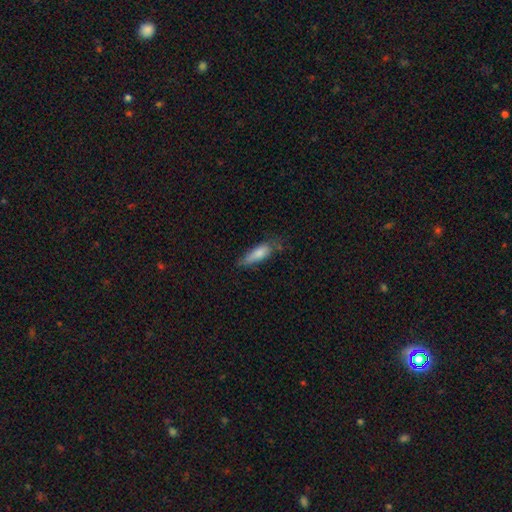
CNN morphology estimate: smooth-or-featured: smooth: 70% | featured or disk: 21% | star or artifact: 9%
  how-rounded: cigar-shaped: 62% | in between: 35% | round: 2%
  merging: none: 62% | minor disturbance: 28% | major disturbance: 8% | merger: 2%